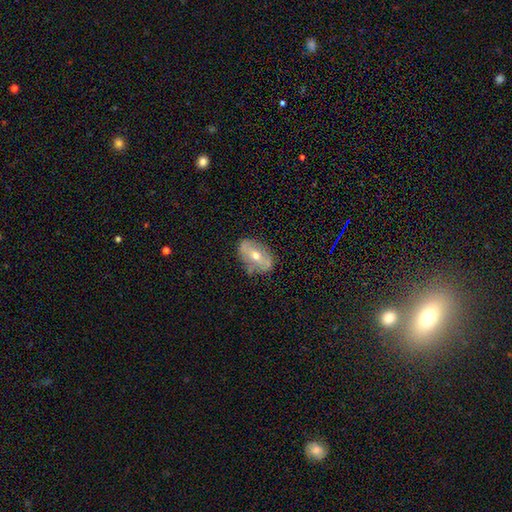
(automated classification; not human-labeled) A featured or disk galaxy (58%) with a strong bar (39%), no spiral arms (57%) and a moderate central bulge (60%).

Vote fractions:
- Smooth or featured? featured or disk: 58% / smooth: 33% / star or artifact: 9%
- Edge-on disk? no: 87% / yes: 13%
- Bar? strong: 39% / no: 33% / weak: 28%
- Spiral arms? no: 57% / yes: 43%
- Bulge size? moderate: 60% / small: 36% / large: 2% / none: 1% / dominant: 1%
- Merging? none: 73% / minor disturbance: 20% / major disturbance: 5% / merger: 2%